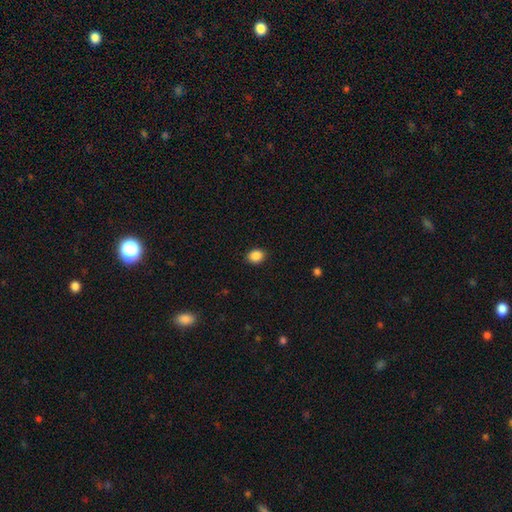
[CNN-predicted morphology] smooth 88%, star or artifact 9%, featured or disk 3%. Down the decision tree: how rounded — round (55%); merging — none (90%).